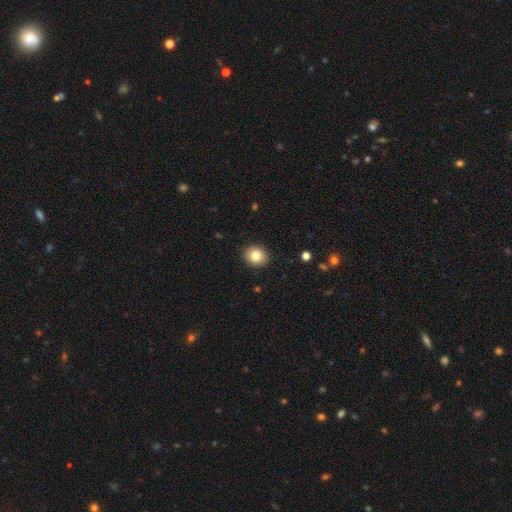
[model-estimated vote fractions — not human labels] Q: Smooth or featured?
A: smooth (82%); runner-up: star or artifact (10%)
Q: How rounded?
A: round (70%); runner-up: in between (29%)
Q: Merging?
A: none (91%); runner-up: minor disturbance (6%)